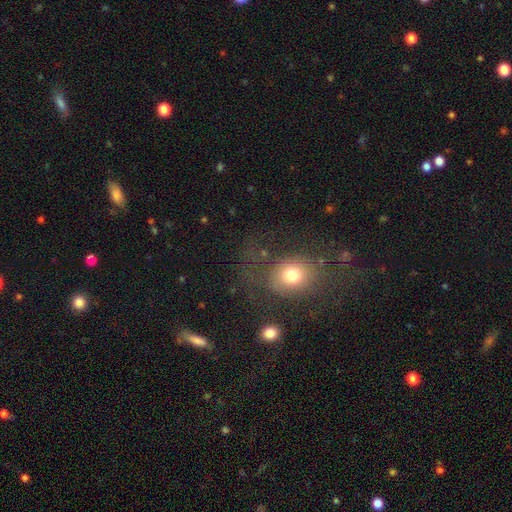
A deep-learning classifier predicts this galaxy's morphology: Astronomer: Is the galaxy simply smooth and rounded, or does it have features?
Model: smooth — 58%.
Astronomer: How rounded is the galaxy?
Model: round — 65%.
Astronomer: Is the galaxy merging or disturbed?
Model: none — 67%.